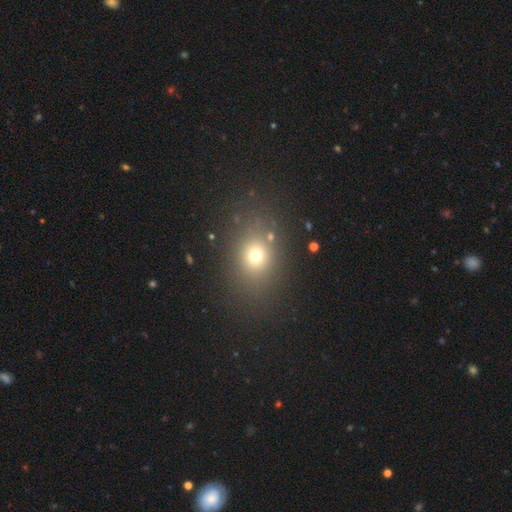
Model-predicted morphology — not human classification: Smooth or featured?
  - smooth: 69% *
  - star or artifact: 20%
  - featured or disk: 11%
How rounded?
  - round: 57% *
  - in between: 42%
  - cigar-shaped: 1%
Merging?
  - none: 82% *
  - minor disturbance: 10%
  - major disturbance: 5%
  - merger: 3%